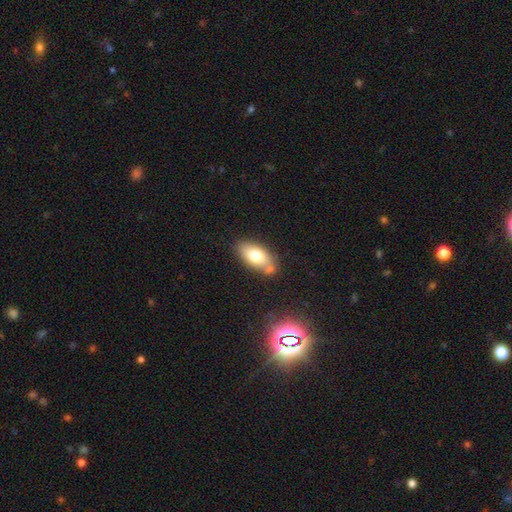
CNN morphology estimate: Smooth or featured?
  - smooth: 74% *
  - featured or disk: 18%
  - star or artifact: 8%
How rounded?
  - in between: 90% *
  - cigar-shaped: 6%
  - round: 4%
Merging?
  - none: 65% *
  - minor disturbance: 18%
  - merger: 13%
  - major disturbance: 4%